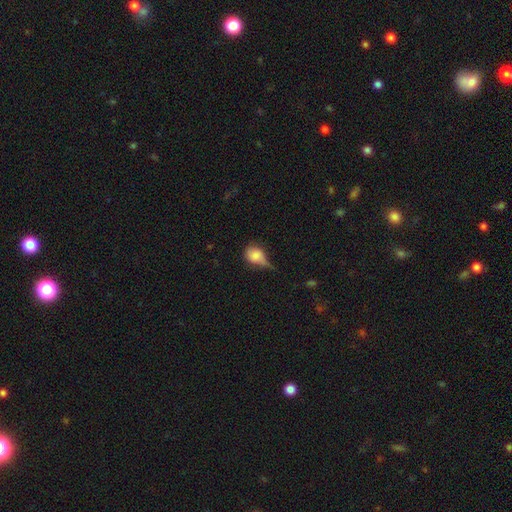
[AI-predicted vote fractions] Q: Smooth or featured?
A: smooth (76%); runner-up: featured or disk (15%)
Q: How rounded?
A: in between (53%); runner-up: round (44%)
Q: Merging?
A: minor disturbance (44%); runner-up: none (26%)